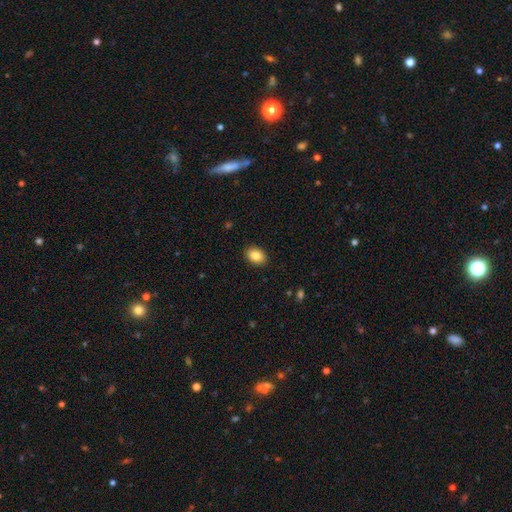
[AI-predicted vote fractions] Smooth or featured? Predicted: smooth (p=0.86). How rounded? Predicted: in between (p=0.77). Merging? Predicted: none (p=0.90).